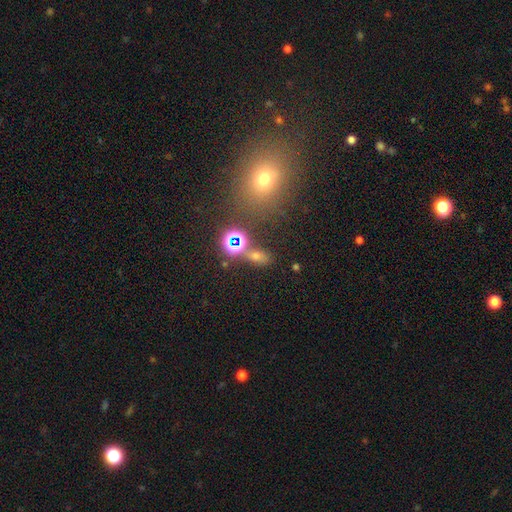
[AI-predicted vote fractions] Smooth or featured: smooth — 46% (star or artifact — 43%)
Merging: none — 66% (merger — 16%)